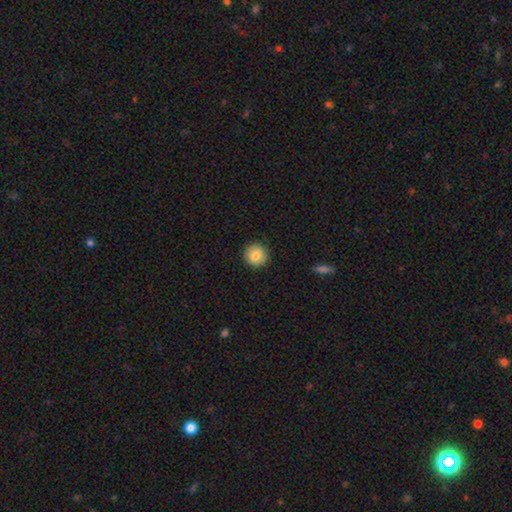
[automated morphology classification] Smooth or featured? smooth (85%)
How rounded? round (94%)
Merging? none (92%)